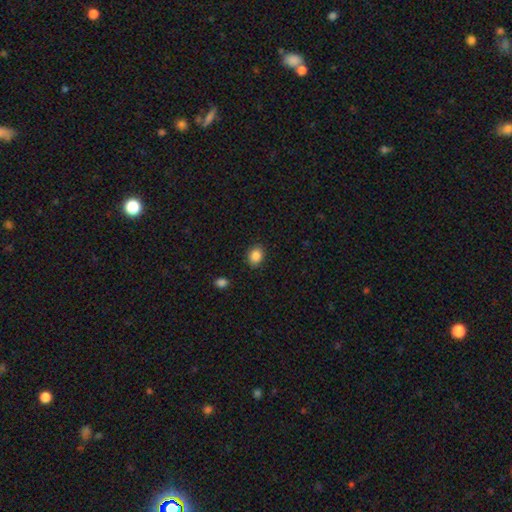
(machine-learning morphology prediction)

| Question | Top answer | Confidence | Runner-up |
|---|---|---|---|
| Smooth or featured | smooth | 87% | star or artifact (9%) |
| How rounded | in between | 51% | round (48%) |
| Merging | none | 88% | minor disturbance (8%) |